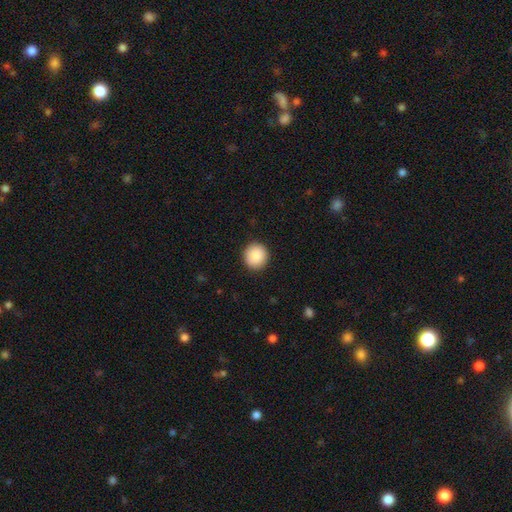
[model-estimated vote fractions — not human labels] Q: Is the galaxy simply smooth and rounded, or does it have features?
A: smooth — 90%.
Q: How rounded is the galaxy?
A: round — 93%.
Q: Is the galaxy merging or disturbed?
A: none — 92%.